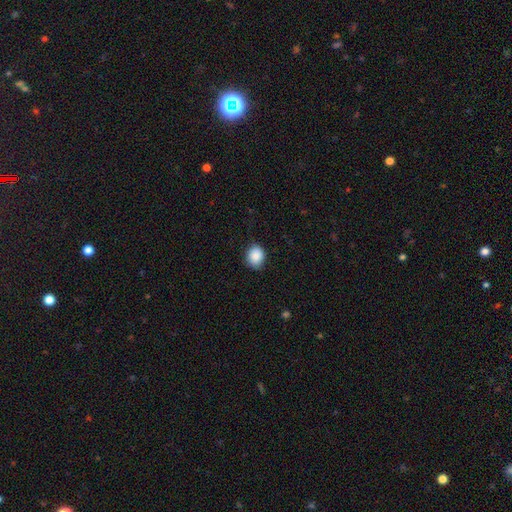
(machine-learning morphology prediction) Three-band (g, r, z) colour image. It shows a smooth galaxy with no disk features (88%) that is round (65%). Merging: none (81%).